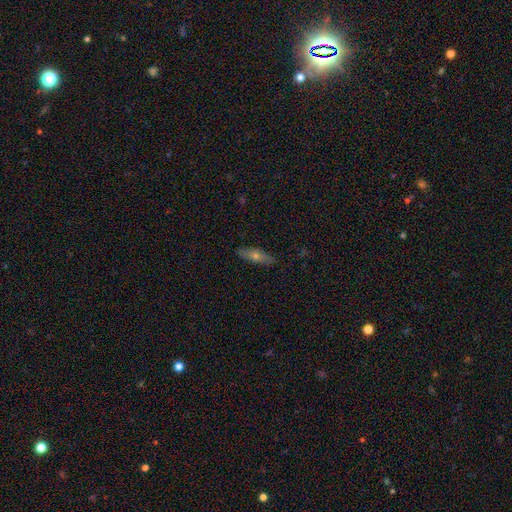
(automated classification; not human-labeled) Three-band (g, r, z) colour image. It shows a smooth galaxy with no disk features (51%) that is cigar-shaped (57%). Merging: none (87%).